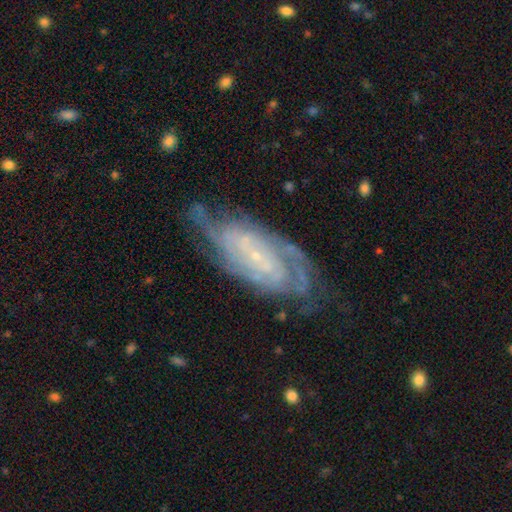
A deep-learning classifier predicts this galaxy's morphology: smooth_or_featured: featured or disk (p=0.86) [alt: smooth p=0.08]
disk_edge_on: no (p=0.93) [alt: yes p=0.07]
bar: no (p=0.53) [alt: weak p=0.33]
has_spiral_arms: yes (p=0.96) [alt: no p=0.04]
spiral_winding: tight (p=0.64) [alt: medium p=0.29]
spiral_arm_count: 2 (p=0.32) [alt: can't tell p=0.30]
bulge_size: small (p=0.84) [alt: moderate p=0.10]
merging: none (p=0.69) [alt: minor disturbance p=0.20]